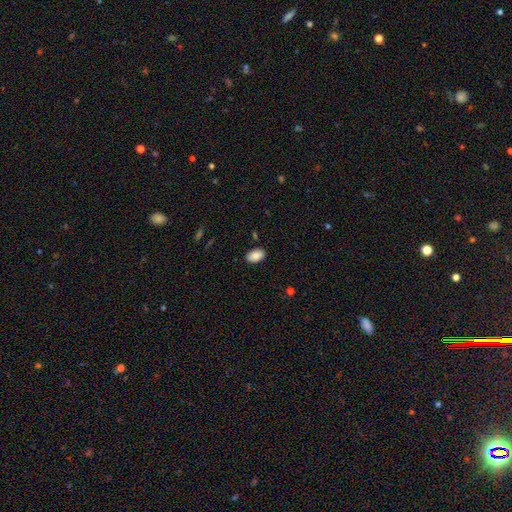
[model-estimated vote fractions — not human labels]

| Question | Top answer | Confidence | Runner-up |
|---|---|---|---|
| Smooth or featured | smooth | 87% | star or artifact (7%) |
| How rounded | in between | 92% | round (6%) |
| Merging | none | 86% | minor disturbance (10%) |